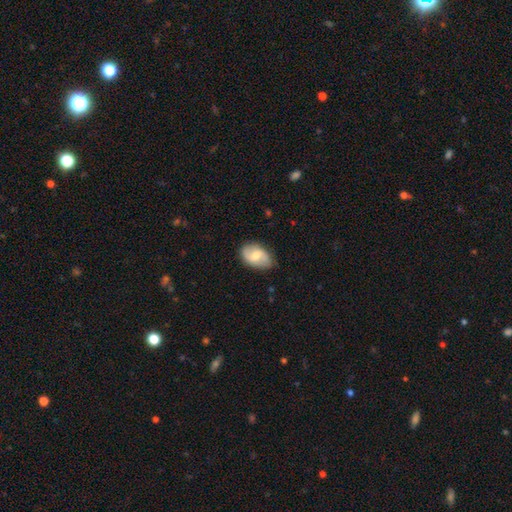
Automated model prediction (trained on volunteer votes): smooth-or-featured: featured or disk: 52% | smooth: 42% | star or artifact: 6%
  disk-edge-on: no: 96% | yes: 4%
  merging: none: 79% | minor disturbance: 17% | major disturbance: 3% | merger: 1%